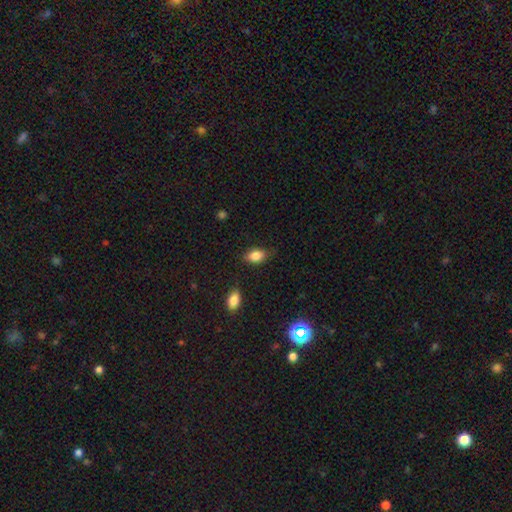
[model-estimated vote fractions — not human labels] Smooth or featured: smooth — 84% (star or artifact — 9%)
How rounded: in between — 84% (round — 14%)
Merging: none — 76% (minor disturbance — 19%)